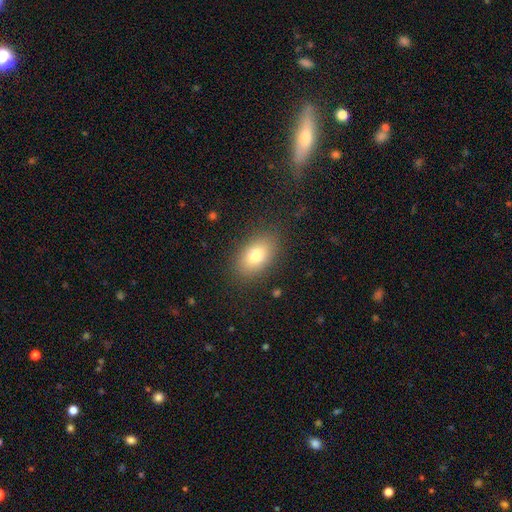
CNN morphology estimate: smooth-or-featured: smooth: 77% | featured or disk: 13% | star or artifact: 9%
  how-rounded: in between: 87% | round: 11% | cigar-shaped: 2%
  merging: none: 85% | minor disturbance: 10% | major disturbance: 4% | merger: 1%